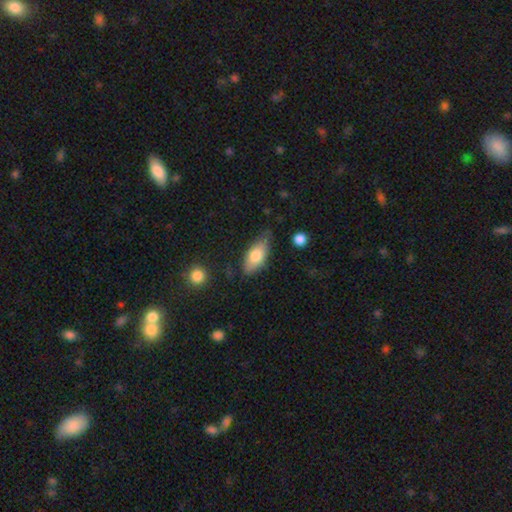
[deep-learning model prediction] This is likely a smooth galaxy (73%). How rounded: clearly in between (85%). Merging: likely none (66%).